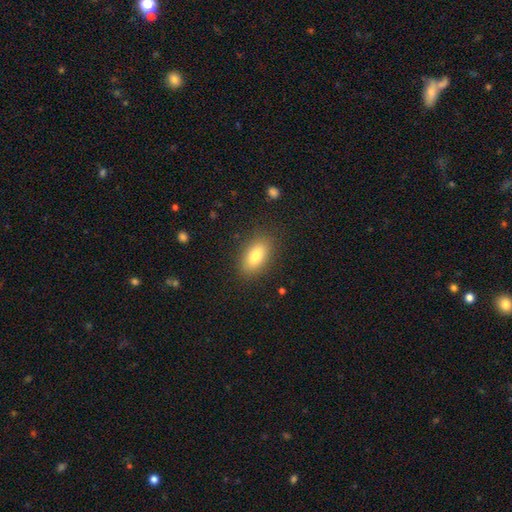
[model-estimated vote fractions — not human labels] Smooth or featured? Predicted: smooth (p=0.79). How rounded? Predicted: in between (p=0.88). Merging? Predicted: none (p=0.86).